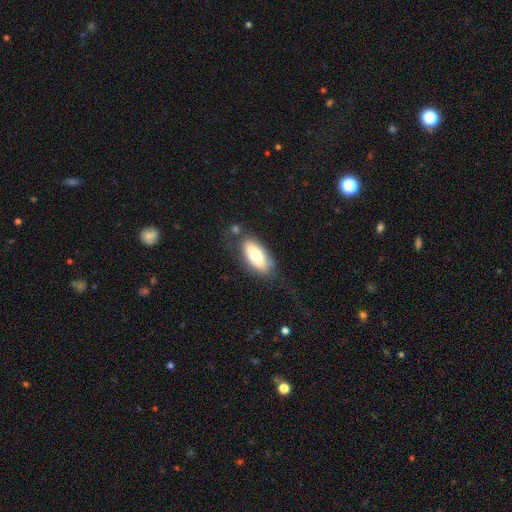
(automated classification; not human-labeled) The model was most divided on "smooth or featured": smooth: 68%, featured or disk: 25%, star or artifact: 6%. More confident: how rounded — in between (85%); merging — none (69%).